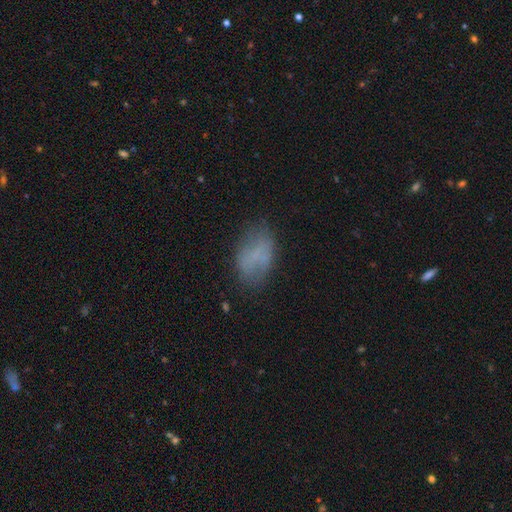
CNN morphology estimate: This is likely a smooth galaxy (63%). How rounded: clearly in between (88%). Merging: likely none (66%).